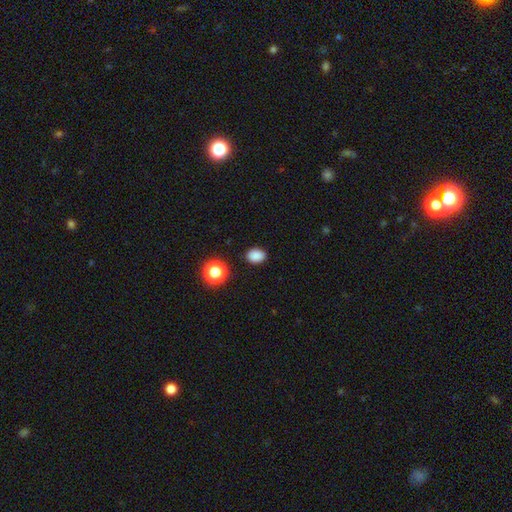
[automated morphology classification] Smooth or featured?
  - smooth: 85% *
  - star or artifact: 12%
  - featured or disk: 3%
How rounded?
  - in between: 67% *
  - round: 32%
  - cigar-shaped: 1%
Merging?
  - none: 87% *
  - minor disturbance: 9%
  - major disturbance: 2%
  - merger: 2%